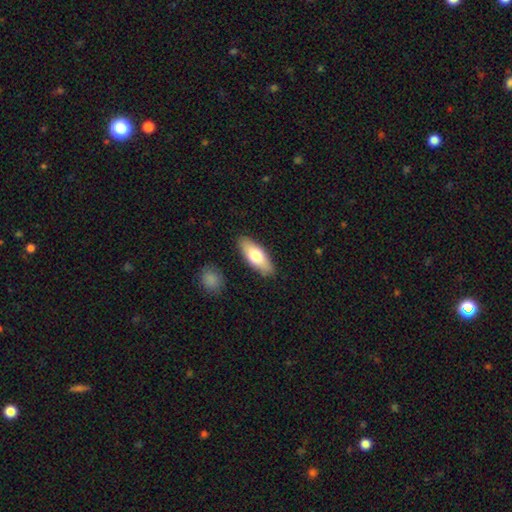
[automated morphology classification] A smooth galaxy with no disk features (70%) that is in between round and cigar-shaped (74%). Merging: none (87%).